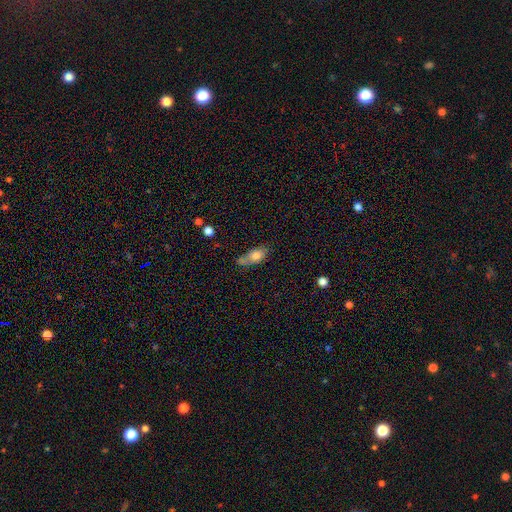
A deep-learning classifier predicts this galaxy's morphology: This appears to be a smooth galaxy with no disk features (74%) that is in between round and cigar-shaped (79%). Merging: none (47%).